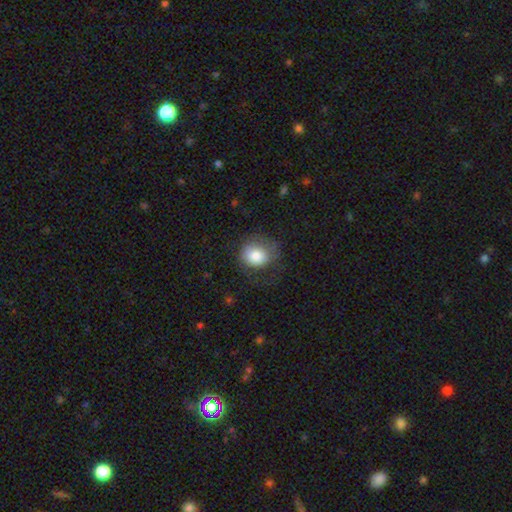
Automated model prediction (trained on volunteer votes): smooth_or_featured: smooth (p=0.78) [alt: featured or disk p=0.13]
how_rounded: round (p=0.78) [alt: in between p=0.22]
merging: none (p=0.58) [alt: minor disturbance p=0.22]